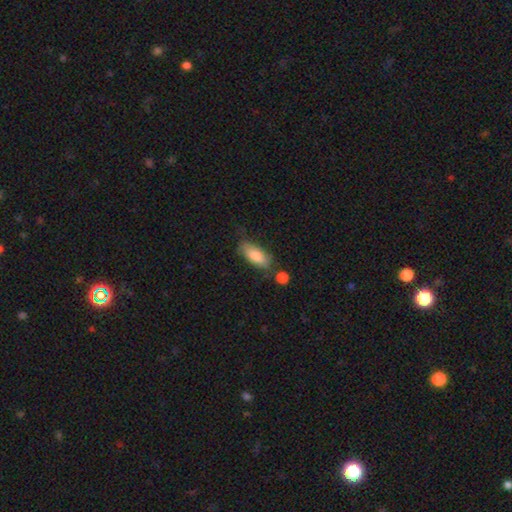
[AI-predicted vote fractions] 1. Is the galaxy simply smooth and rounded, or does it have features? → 80% smooth, 13% featured or disk, 6% star or artifact.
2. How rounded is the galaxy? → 81% in between, 17% cigar-shaped, 2% round.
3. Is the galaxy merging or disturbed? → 63% none, 22% minor disturbance, 10% merger, 6% major disturbance.